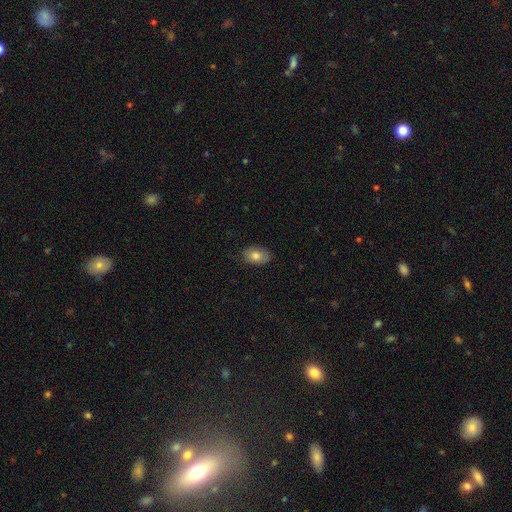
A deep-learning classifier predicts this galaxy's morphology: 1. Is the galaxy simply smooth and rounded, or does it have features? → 79% smooth, 13% featured or disk, 7% star or artifact.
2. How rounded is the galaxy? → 88% in between, 10% round, 1% cigar-shaped.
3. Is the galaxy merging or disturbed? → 82% none, 14% minor disturbance, 3% major disturbance, 1% merger.